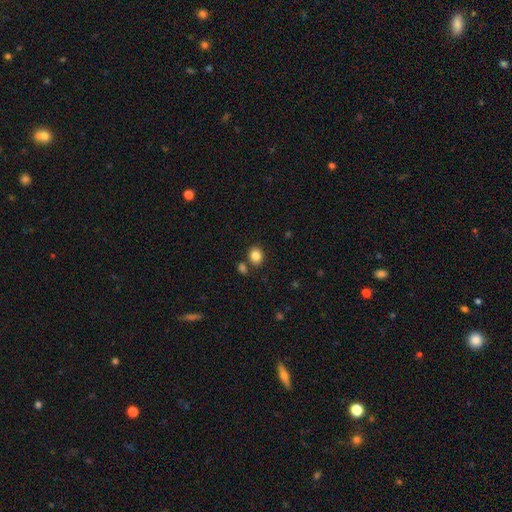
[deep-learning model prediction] Q: Smooth or featured?
A: smooth (85%); runner-up: star or artifact (10%)
Q: How rounded?
A: round (59%); runner-up: in between (40%)
Q: Merging?
A: none (76%); runner-up: merger (11%)